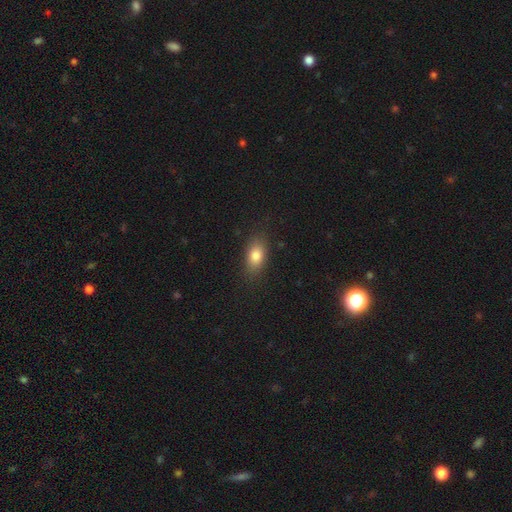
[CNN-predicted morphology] A smooth galaxy with no disk features (82%) that is in between round and cigar-shaped (84%). Merging: none (84%).